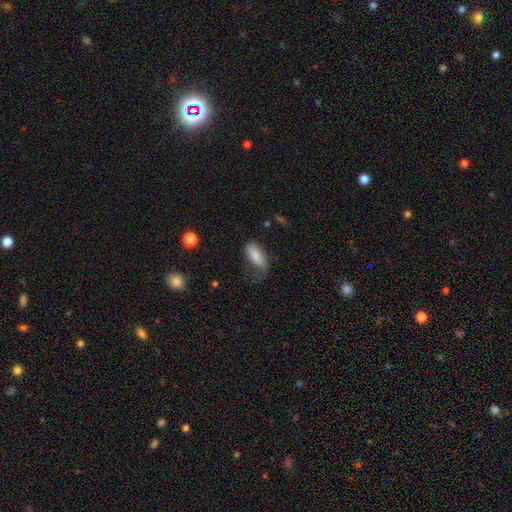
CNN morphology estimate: This is clearly a smooth galaxy (80%). How rounded: clearly in between (85%). Merging: possibly none (47%).